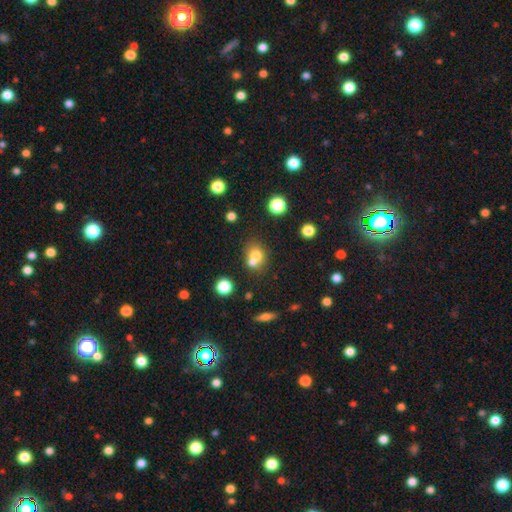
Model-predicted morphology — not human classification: Smooth or featured?
  - smooth: 70% *
  - featured or disk: 16%
  - star or artifact: 14%
How rounded?
  - round: 68% *
  - in between: 31%
  - cigar-shaped: 1%
Merging?
  - merger: 49% *
  - none: 39%
  - minor disturbance: 8%
  - major disturbance: 3%